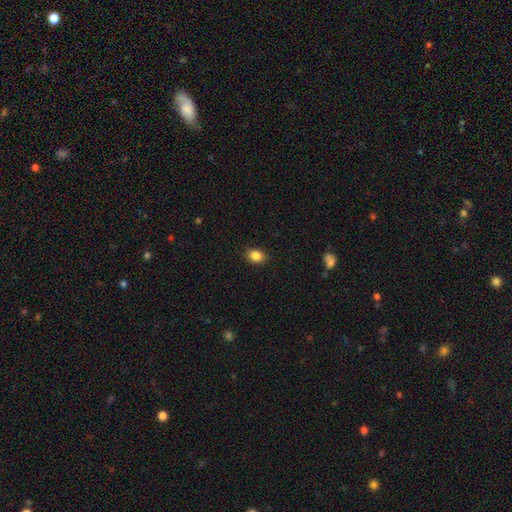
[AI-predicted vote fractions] A smooth galaxy with no disk features (86%) that is in between round and cigar-shaped (62%). Merging: none (88%).